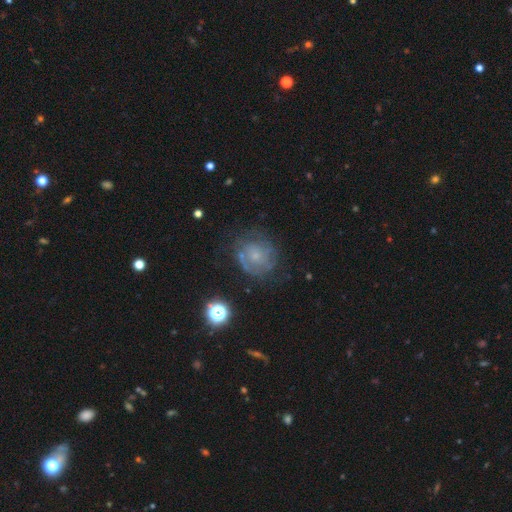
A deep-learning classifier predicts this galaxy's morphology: Smooth or featured: featured or disk — 63% (smooth — 26%)
Edge-on disk: no — 98% (yes — 2%)
Bar: no — 79% (weak — 18%)
Spiral arms: yes — 78% (no — 22%)
Bulge size: small — 69% (moderate — 19%)
Merging: none — 65% (minor disturbance — 20%)